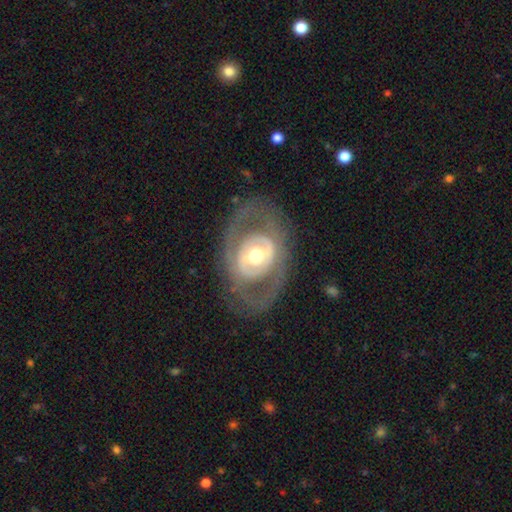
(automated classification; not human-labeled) A featured or disk galaxy (75%) with no bar (61%), no spiral arms (63%) and a moderate central bulge (65%). Merging: none (74%).